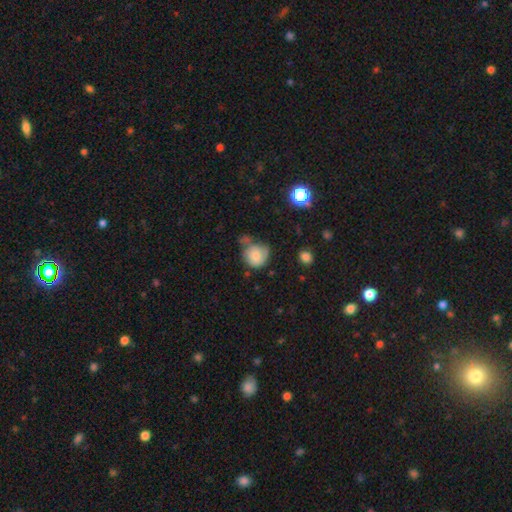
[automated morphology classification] Smooth or featured?
  - smooth: 75% *
  - featured or disk: 16%
  - star or artifact: 9%
How rounded?
  - round: 81% *
  - in between: 18%
  - cigar-shaped: 1%
Merging?
  - none: 40% *
  - minor disturbance: 29%
  - merger: 17%
  - major disturbance: 14%